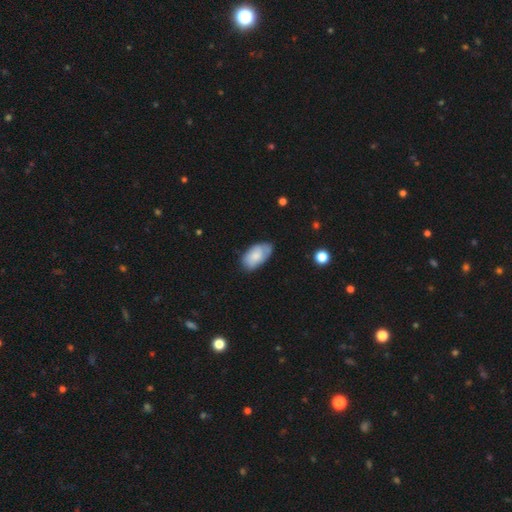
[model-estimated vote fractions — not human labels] Smooth or featured? Predicted: smooth (p=0.75). How rounded? Predicted: in between (p=0.95). Merging? Predicted: none (p=0.61).